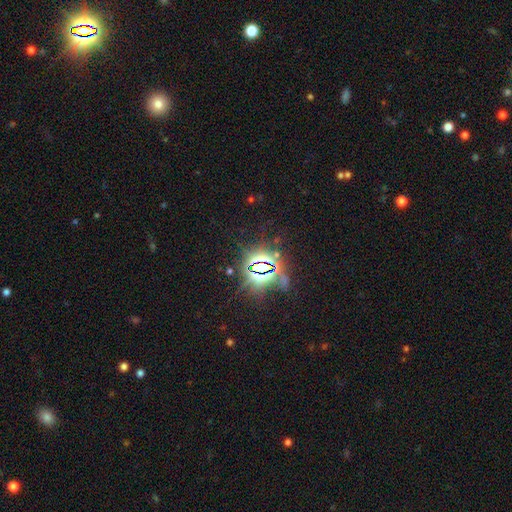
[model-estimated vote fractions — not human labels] smooth_or_featured: star or artifact (p=0.84) [alt: featured or disk p=0.09]